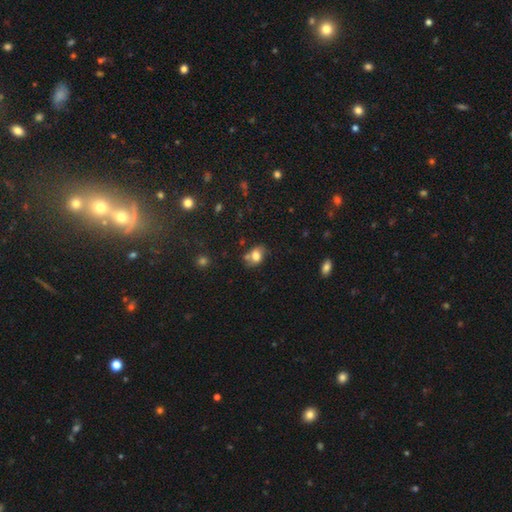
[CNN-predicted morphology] Overall: smooth (74%). How rounded: in between (67%; round 31%). Merging: none (50%; minor disturbance 22%).